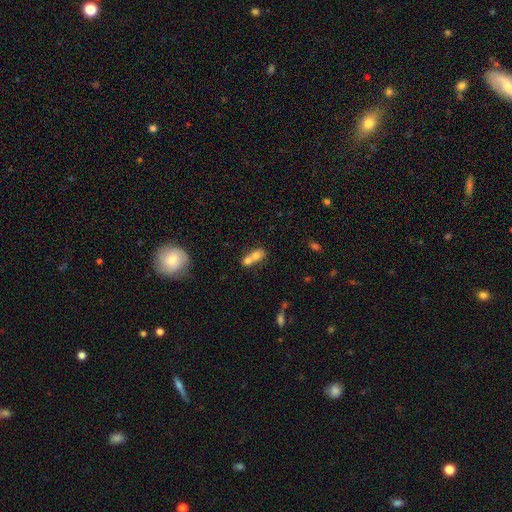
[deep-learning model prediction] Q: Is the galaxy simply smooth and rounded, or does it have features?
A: smooth — 70%.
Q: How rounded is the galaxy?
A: in between — 61%.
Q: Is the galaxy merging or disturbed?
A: merger — 74%.